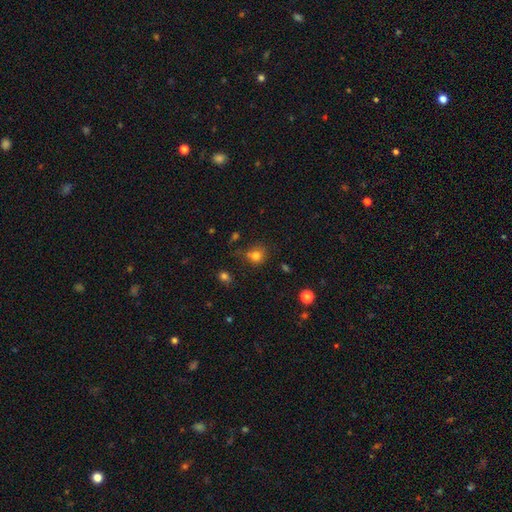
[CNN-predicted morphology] Smooth or featured?
  - smooth: 76% *
  - star or artifact: 15%
  - featured or disk: 9%
How rounded?
  - round: 76% *
  - in between: 23%
  - cigar-shaped: 1%
Merging?
  - none: 59% *
  - minor disturbance: 19%
  - merger: 15%
  - major disturbance: 7%